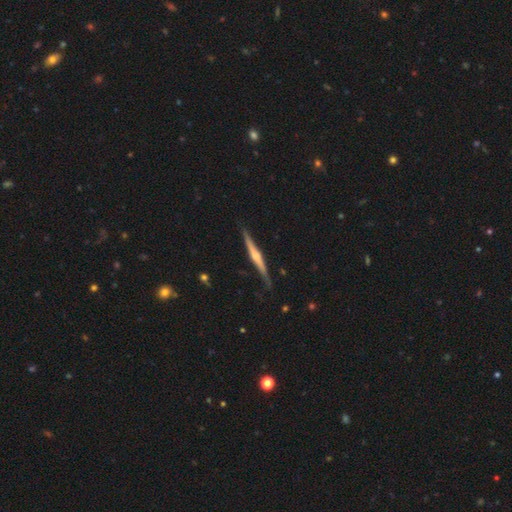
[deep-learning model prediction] Smooth or featured?
  - featured or disk: 76% *
  - smooth: 19%
  - star or artifact: 5%
Edge-on disk?
  - yes: 98% *
  - no: 2%
Edge-on bulge?
  - rounded: 84% *
  - none: 9%
  - boxy: 7%
Merging?
  - none: 83% *
  - minor disturbance: 13%
  - major disturbance: 2%
  - merger: 2%